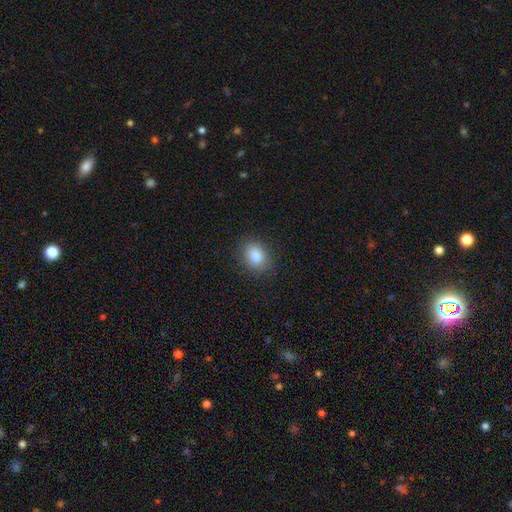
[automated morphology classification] This appears to be a smooth galaxy with no disk features (86%) that is in between round and cigar-shaped (60%). Merging: none (85%).